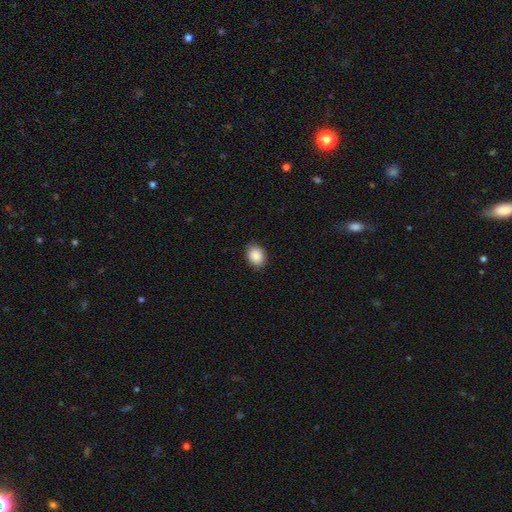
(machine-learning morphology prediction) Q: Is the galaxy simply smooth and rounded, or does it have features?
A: smooth — 89%.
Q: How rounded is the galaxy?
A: in between — 63%.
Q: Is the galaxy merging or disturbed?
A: none — 88%.